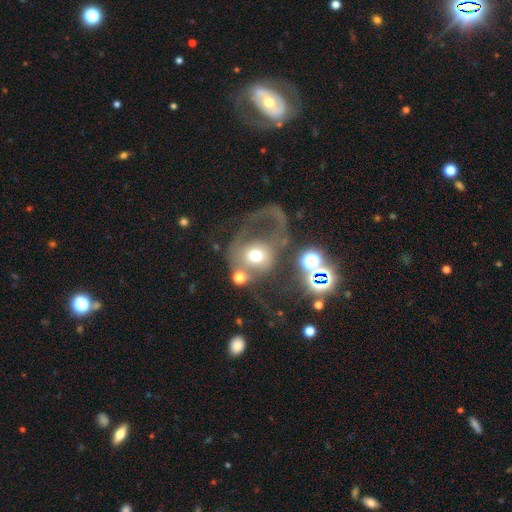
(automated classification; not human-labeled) Smooth or featured? Predicted: featured or disk (p=0.44). Merging? Predicted: major disturbance (p=0.50).